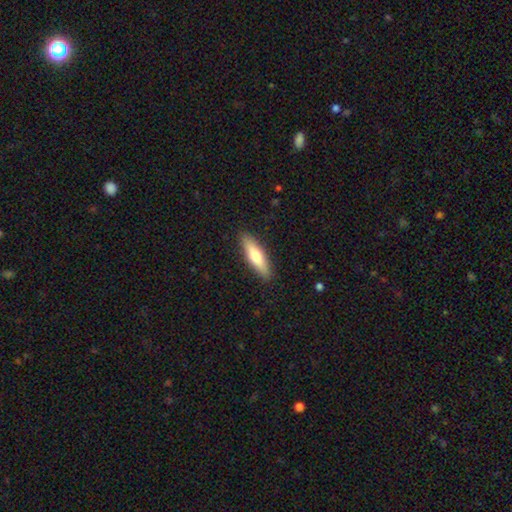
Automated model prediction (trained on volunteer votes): smooth-or-featured: smooth: 65% | featured or disk: 30% | star or artifact: 5%
  how-rounded: cigar-shaped: 67% | in between: 31% | round: 2%
  merging: none: 90% | minor disturbance: 8% | major disturbance: 2% | merger: 1%